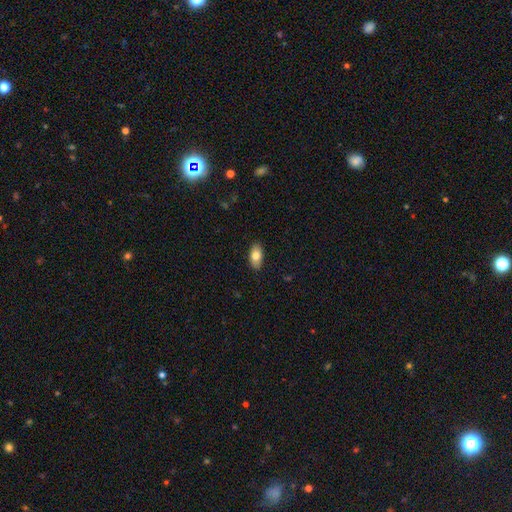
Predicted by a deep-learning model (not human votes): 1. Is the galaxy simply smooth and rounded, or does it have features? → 81% smooth, 12% featured or disk, 7% star or artifact.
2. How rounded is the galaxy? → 92% in between, 4% round, 4% cigar-shaped.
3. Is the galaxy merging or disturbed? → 88% none, 9% minor disturbance, 2% major disturbance, 1% merger.